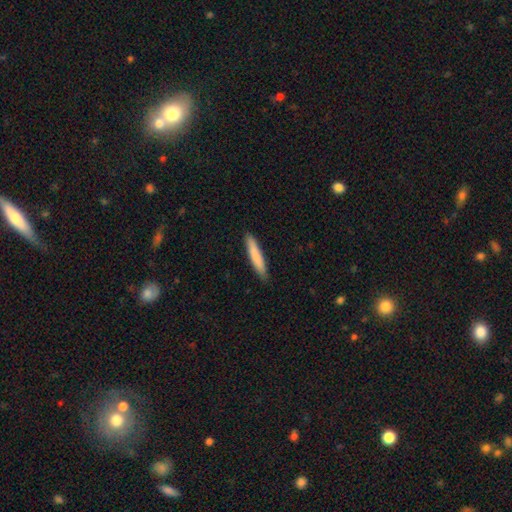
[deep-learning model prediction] This is clearly a smooth galaxy (81%). How rounded: clearly cigar-shaped (92%). Merging: clearly none (88%).